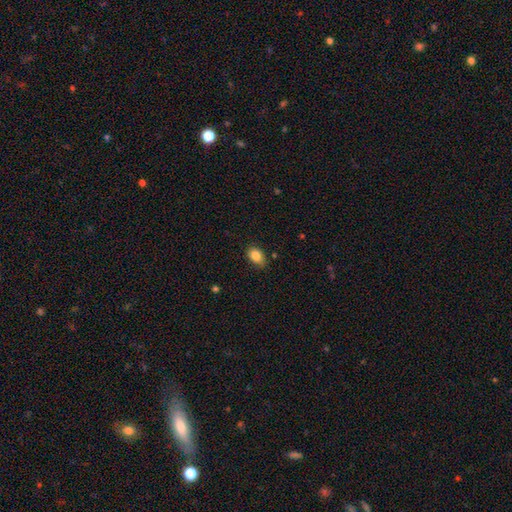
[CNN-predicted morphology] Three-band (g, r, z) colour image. It shows a smooth galaxy with no disk features (85%) that is in between round and cigar-shaped (78%). Merging: none (77%).